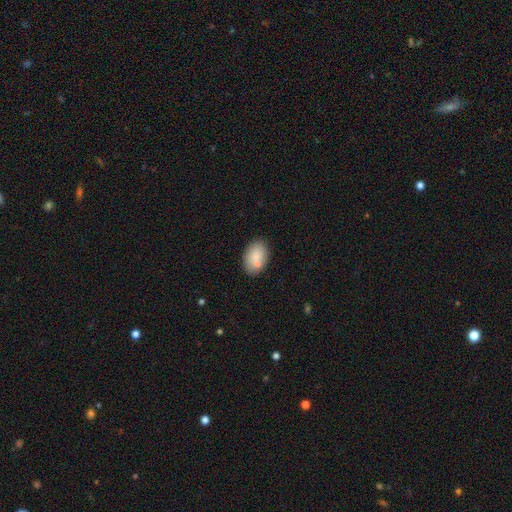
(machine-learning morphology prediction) Overall: smooth (82%). How rounded: in between (89%). Merging: none (72%).